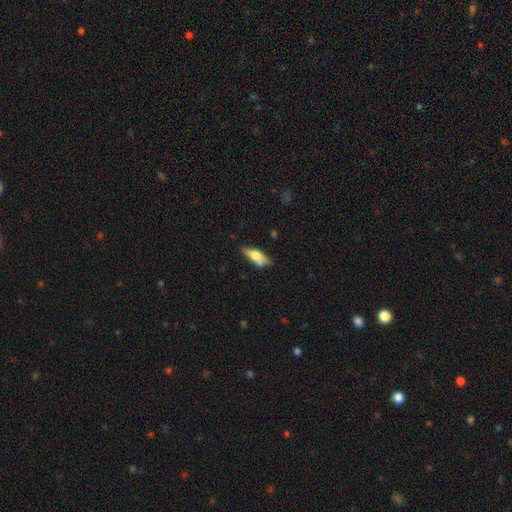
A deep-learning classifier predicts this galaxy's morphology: This is possibly a smooth galaxy (52%). How rounded: possibly in between (56%). Merging: likely none (64%).